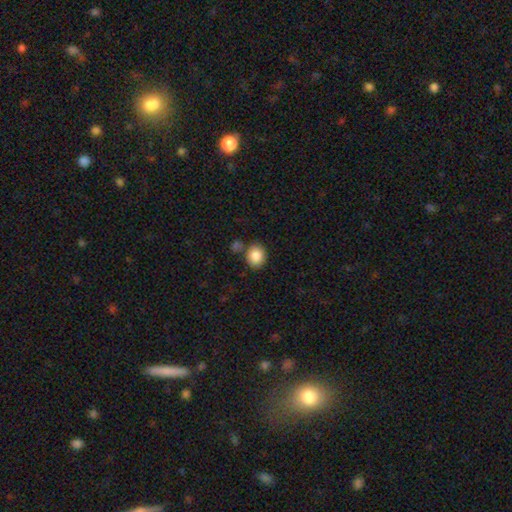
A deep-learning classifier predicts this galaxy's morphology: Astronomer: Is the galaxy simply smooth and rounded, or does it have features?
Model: smooth — 86%.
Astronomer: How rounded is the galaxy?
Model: round — 66%.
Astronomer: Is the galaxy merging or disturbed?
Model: none — 75%.